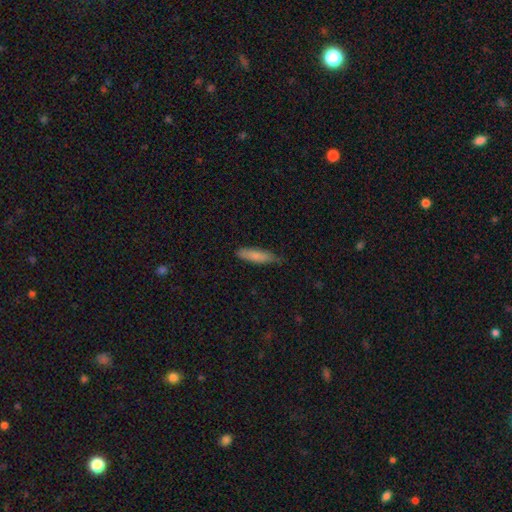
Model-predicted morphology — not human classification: smooth_or_featured: smooth (p=0.82) [alt: featured or disk p=0.12]
how_rounded: cigar-shaped (p=0.74) [alt: in between p=0.24]
merging: none (p=0.71) [alt: minor disturbance p=0.24]